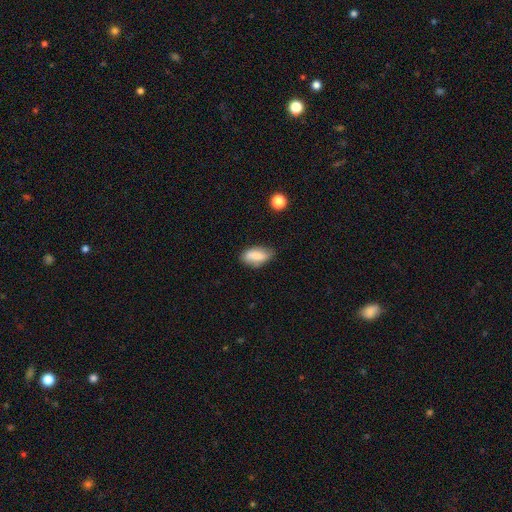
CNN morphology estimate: smooth 80%, featured or disk 13%, star or artifact 8%. Down the decision tree: how rounded — in between (89%); merging — none (63%).